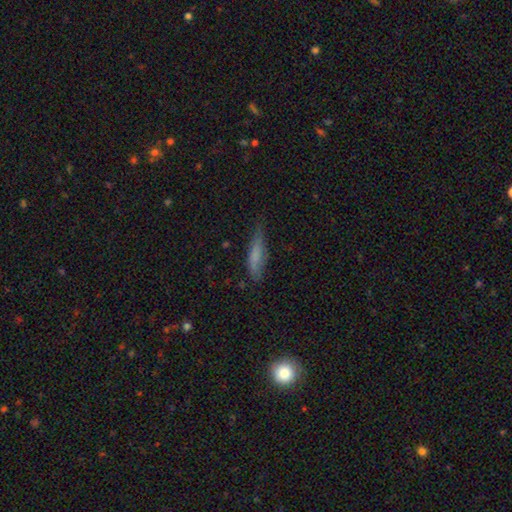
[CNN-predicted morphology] Smooth or featured? Predicted: smooth (p=0.71). How rounded? Predicted: cigar-shaped (p=0.75). Merging? Predicted: none (p=0.60).